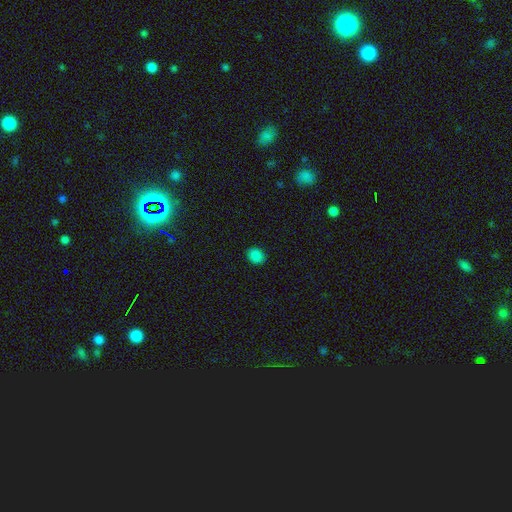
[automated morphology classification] smooth_or_featured: smooth (p=0.85) [alt: star or artifact p=0.12]
how_rounded: round (p=0.58) [alt: in between p=0.41]
merging: none (p=0.90) [alt: minor disturbance p=0.07]